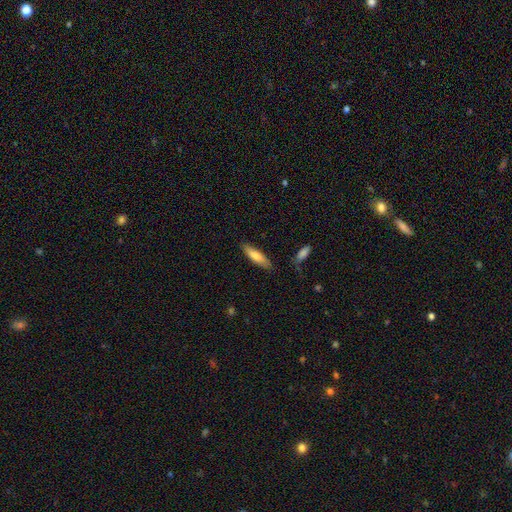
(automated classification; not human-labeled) A smooth galaxy with no disk features (74%) that is cigar-shaped (70%). Merging: none (82%).